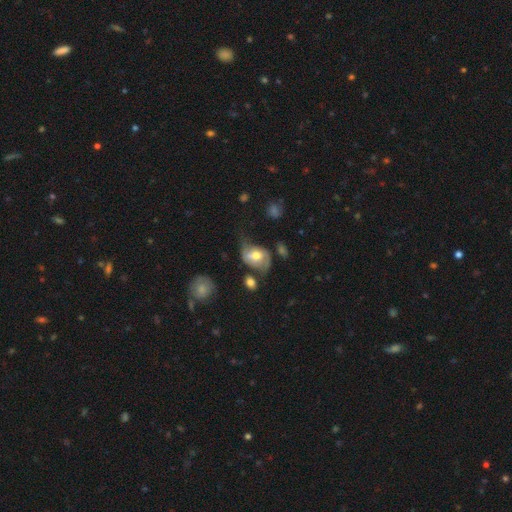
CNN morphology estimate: smooth_or_featured: featured or disk (p=0.49) [alt: smooth p=0.43]
merging: none (p=0.36) [alt: minor disturbance p=0.30]